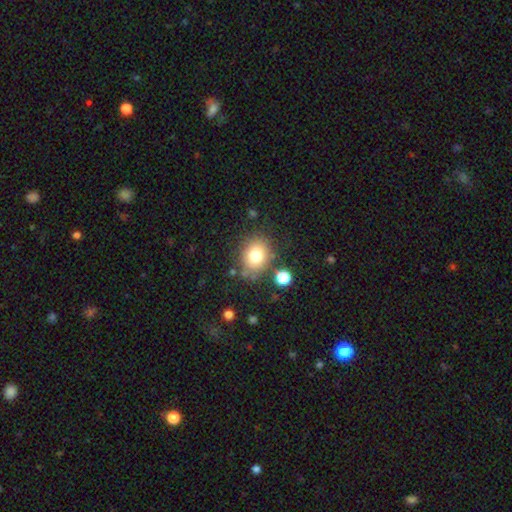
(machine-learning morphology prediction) Smooth or featured? smooth (77%)
How rounded? round (59%)
Merging? none (75%)